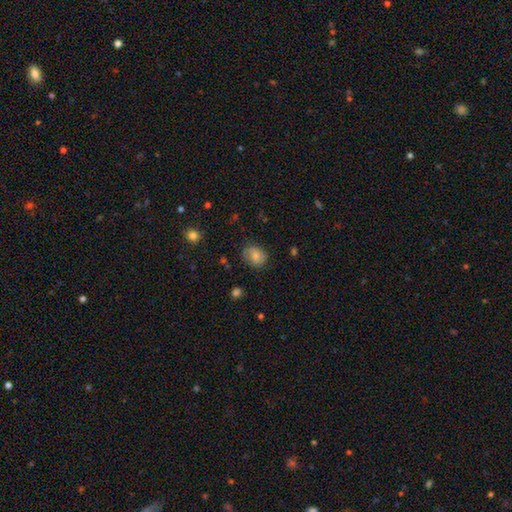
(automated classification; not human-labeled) Q: Smooth or featured?
A: smooth (78%); runner-up: featured or disk (13%)
Q: How rounded?
A: round (55%); runner-up: in between (44%)
Q: Merging?
A: none (72%); runner-up: minor disturbance (21%)